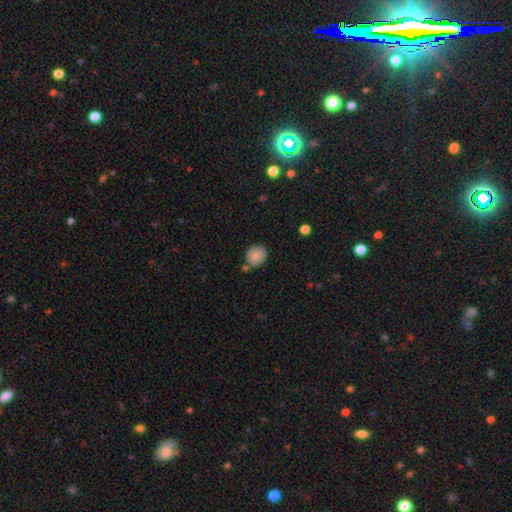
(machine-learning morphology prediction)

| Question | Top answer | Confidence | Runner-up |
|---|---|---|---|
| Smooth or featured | smooth | 85% | star or artifact (8%) |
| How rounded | round | 81% | in between (18%) |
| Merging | none | 71% | minor disturbance (15%) |